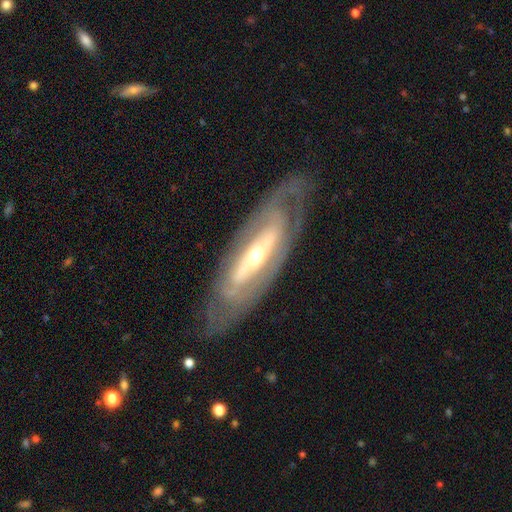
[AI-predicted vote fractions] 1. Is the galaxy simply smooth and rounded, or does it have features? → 81% featured or disk, 14% smooth, 5% star or artifact.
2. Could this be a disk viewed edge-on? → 81% no, 19% yes.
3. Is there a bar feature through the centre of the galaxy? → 40% strong, 37% no, 24% weak.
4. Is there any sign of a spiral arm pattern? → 62% yes, 38% no.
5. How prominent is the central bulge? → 55% moderate, 38% small, 6% large, 1% dominant, 1% none.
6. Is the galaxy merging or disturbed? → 77% none, 13% minor disturbance, 8% major disturbance, 1% merger.